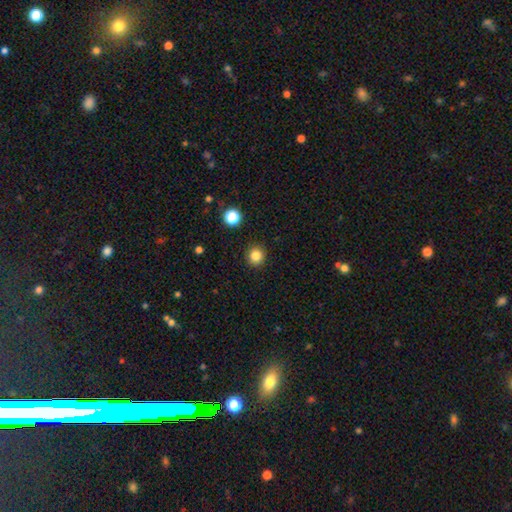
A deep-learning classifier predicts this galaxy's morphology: A smooth galaxy with no disk features (84%) that is round (92%). Merging: none (92%).